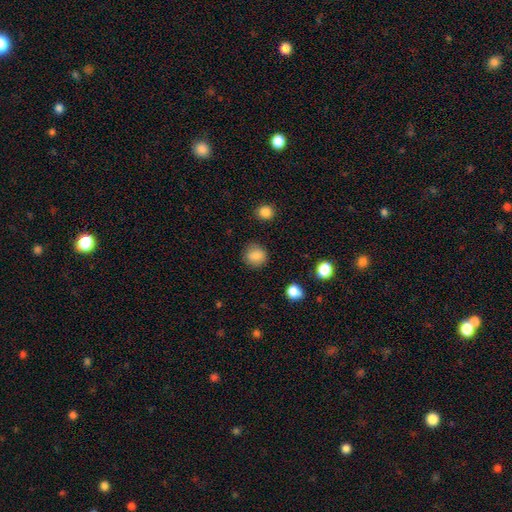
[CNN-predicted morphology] smooth 85%, star or artifact 10%, featured or disk 5%. Down the decision tree: how rounded — round (85%); merging — none (87%).